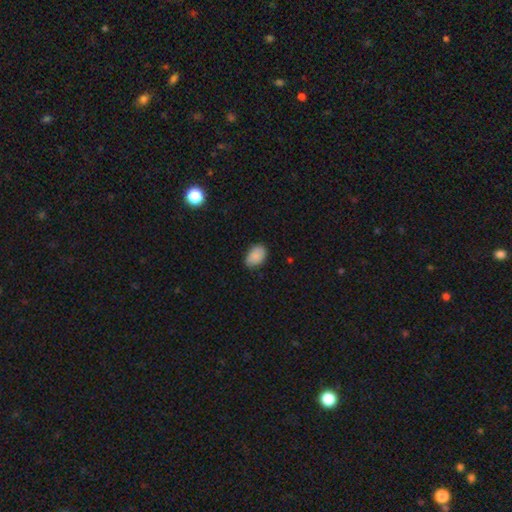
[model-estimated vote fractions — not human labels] smooth-or-featured: smooth: 88% | star or artifact: 7% | featured or disk: 5%
  how-rounded: in between: 86% | round: 13% | cigar-shaped: 1%
  merging: none: 75% | minor disturbance: 21% | major disturbance: 3% | merger: 1%